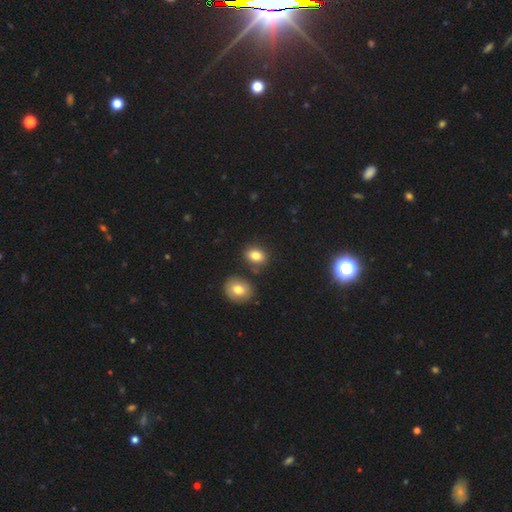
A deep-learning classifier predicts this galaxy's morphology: A smooth galaxy with no disk features (82%) that is in between round and cigar-shaped (61%).

Vote fractions:
- Smooth or featured? smooth: 82% / star or artifact: 10% / featured or disk: 8%
- How rounded? in between: 61% / round: 37% / cigar-shaped: 1%
- Merging? none: 76% / minor disturbance: 11% / merger: 10% / major disturbance: 3%